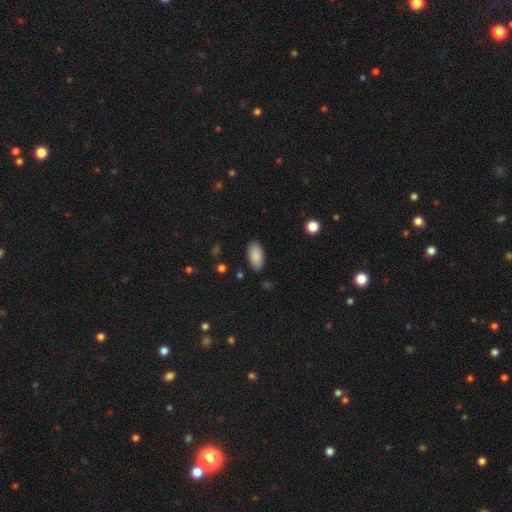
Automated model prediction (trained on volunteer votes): A smooth galaxy with no disk features (88%) that is in between round and cigar-shaped (94%). Merging: none (87%).